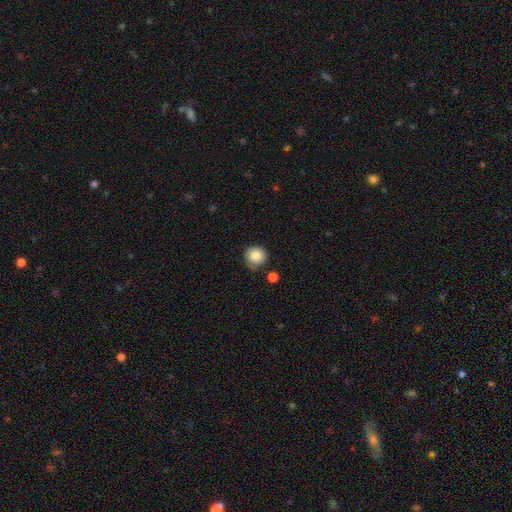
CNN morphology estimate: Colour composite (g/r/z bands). It shows a smooth galaxy with no disk features (84%) that is round (90%). Merging: none (74%).